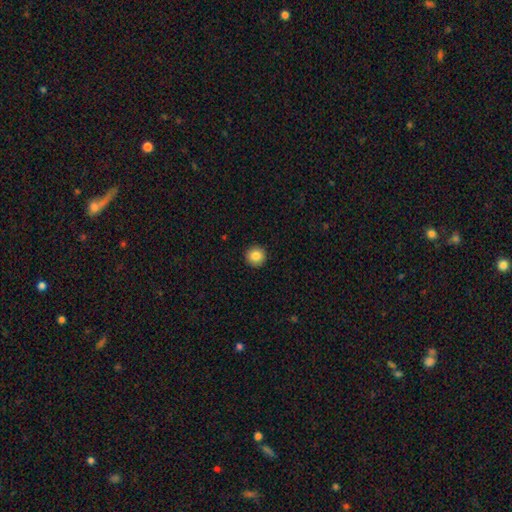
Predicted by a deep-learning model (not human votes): This appears to be a smooth galaxy with no disk features (86%) that is round (95%). Merging: none (93%).